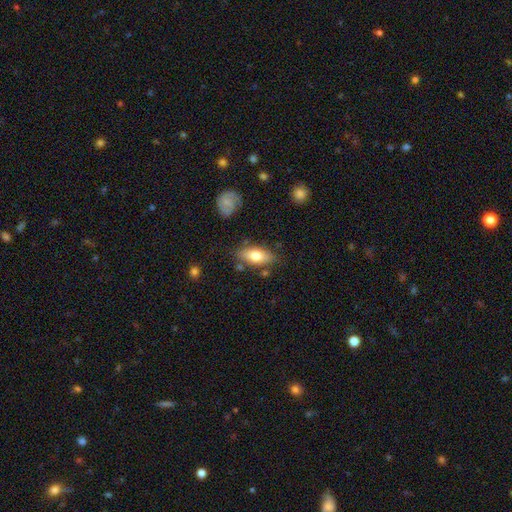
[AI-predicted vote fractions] Overall: smooth (73%). How rounded: in between (82%). Merging: none (76%).